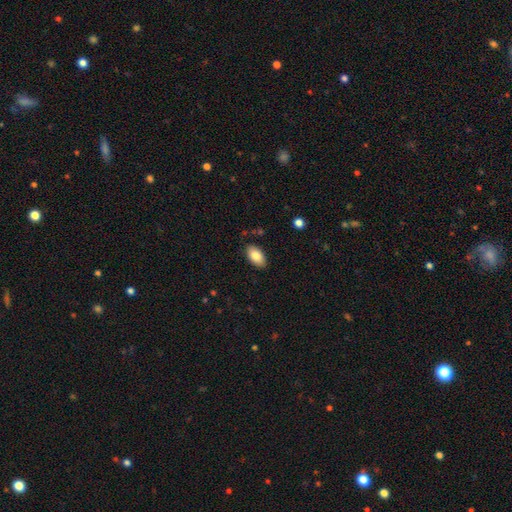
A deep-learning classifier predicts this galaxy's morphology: smooth 84%, featured or disk 10%, star or artifact 7%. Down the decision tree: how rounded — in between (94%); merging — none (87%).